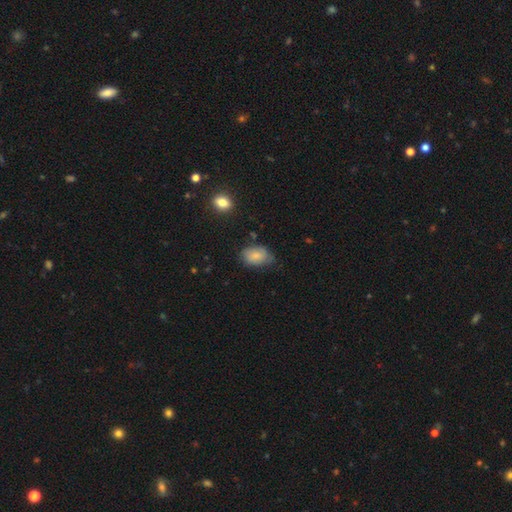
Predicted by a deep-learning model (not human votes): Smooth or featured? smooth (80%)
How rounded? in between (84%)
Merging? none (62%)